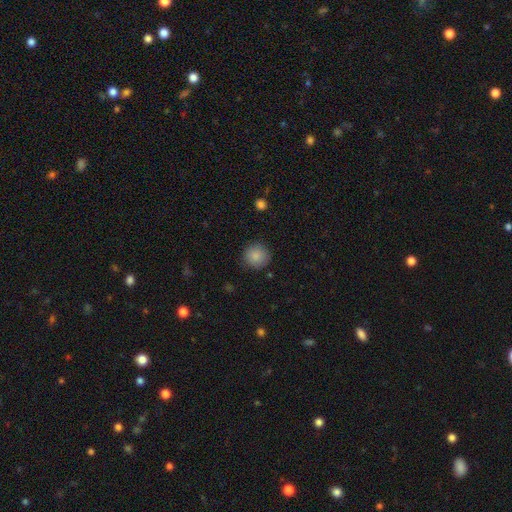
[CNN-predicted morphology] Smooth or featured? Predicted: smooth (p=0.87). How rounded? Predicted: round (p=0.93). Merging? Predicted: none (p=0.88).